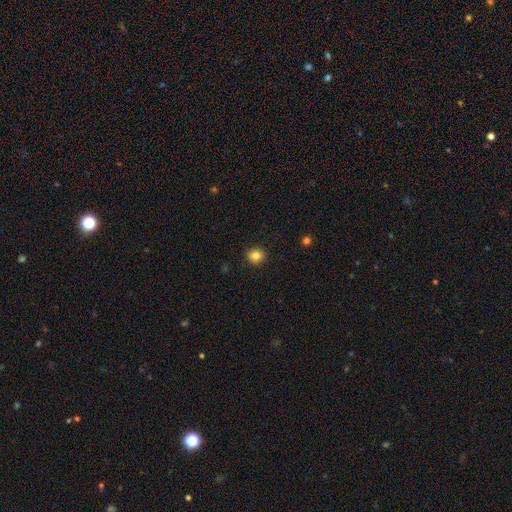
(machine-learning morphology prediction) Smooth or featured: smooth — 83% (star or artifact — 11%)
How rounded: round — 81% (in between — 18%)
Merging: none — 91% (minor disturbance — 6%)